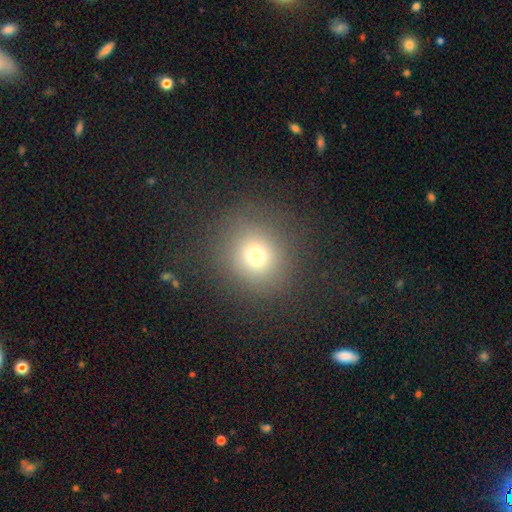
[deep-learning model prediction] Smooth or featured: smooth — 71% (star or artifact — 19%)
How rounded: round — 89% (in between — 10%)
Merging: none — 86% (minor disturbance — 8%)